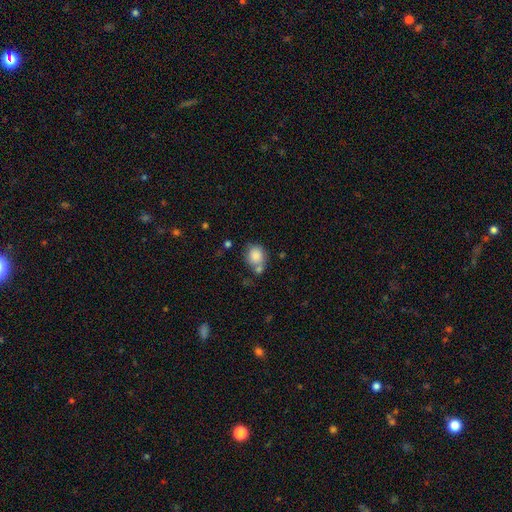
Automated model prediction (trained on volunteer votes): Smooth or featured?
  - smooth: 84% *
  - star or artifact: 8%
  - featured or disk: 7%
How rounded?
  - round: 74% *
  - in between: 25%
  - cigar-shaped: 1%
Merging?
  - none: 53% *
  - merger: 25%
  - minor disturbance: 16%
  - major disturbance: 6%